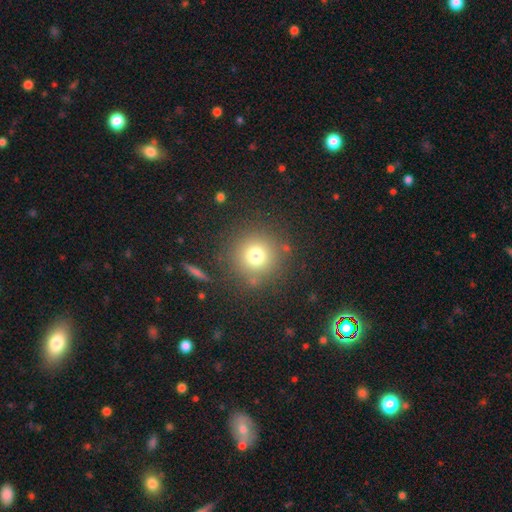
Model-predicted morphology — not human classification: smooth-or-featured: smooth: 73% | star or artifact: 16% | featured or disk: 11%
  how-rounded: round: 95% | in between: 4% | cigar-shaped: 1%
  merging: none: 85% | minor disturbance: 8% | major disturbance: 4% | merger: 3%